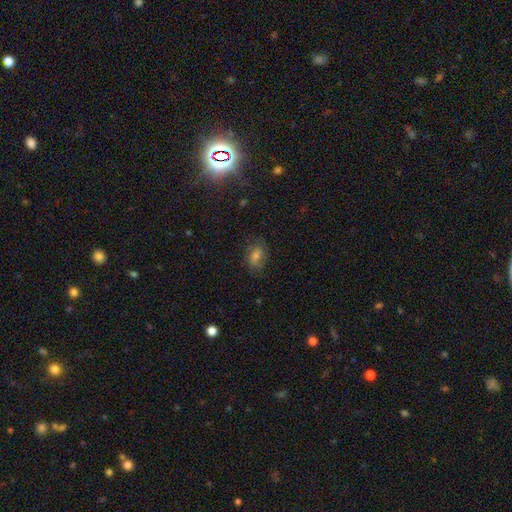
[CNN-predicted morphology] A smooth galaxy with no disk features (46%). Merging: none (79%).